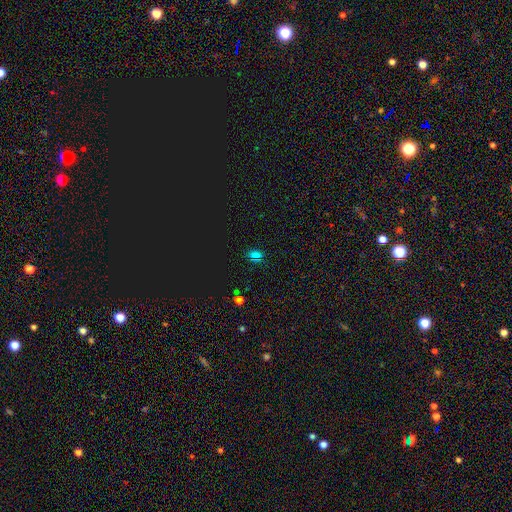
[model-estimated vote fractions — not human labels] This is possibly a smooth galaxy (57%). How rounded: likely in between (71%). Merging: clearly none (82%).